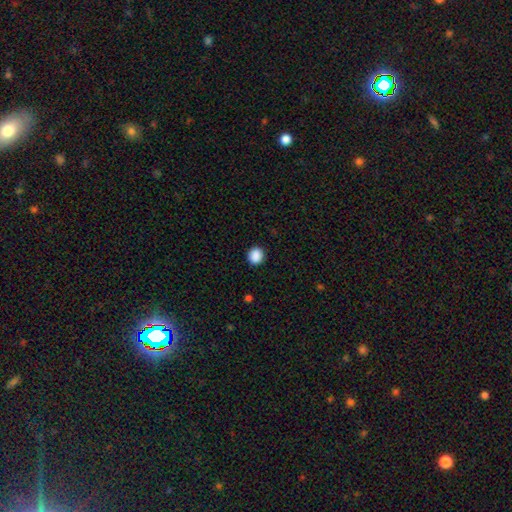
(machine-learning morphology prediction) This is clearly a smooth galaxy (89%). How rounded: clearly round (86%). Merging: clearly none (91%).